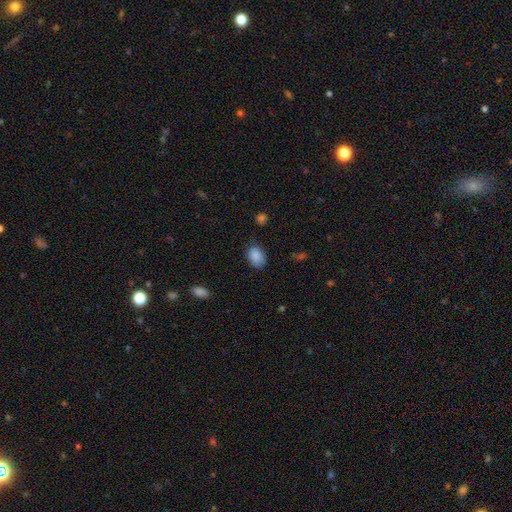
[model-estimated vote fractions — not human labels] smooth_or_featured: smooth (p=0.88) [alt: star or artifact p=0.08]
how_rounded: in between (p=0.81) [alt: round p=0.18]
merging: none (p=0.74) [alt: minor disturbance p=0.20]